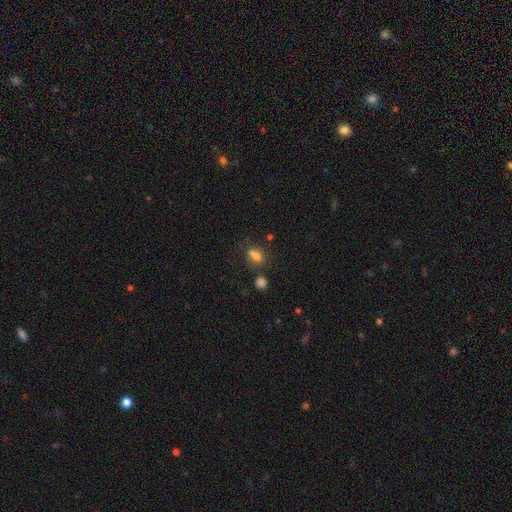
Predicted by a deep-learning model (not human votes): Overall: smooth (70%). How rounded: in between (63%; round 32%). Merging: none (52%; merger 21%).